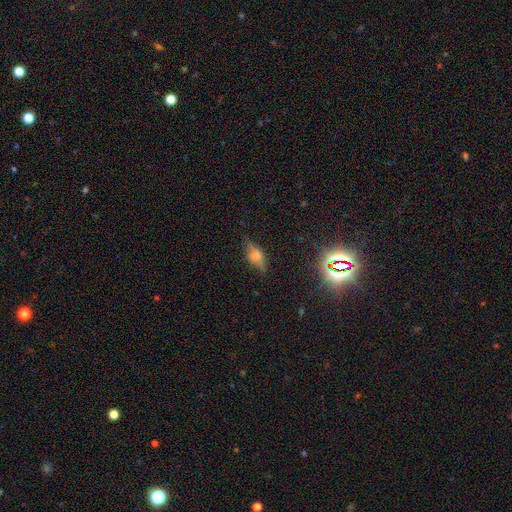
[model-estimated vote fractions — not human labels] smooth_or_featured: featured or disk (p=0.48) [alt: smooth p=0.37]
merging: none (p=0.72) [alt: minor disturbance p=0.19]